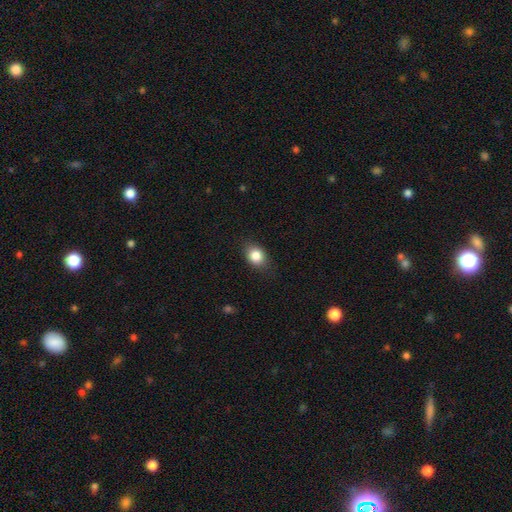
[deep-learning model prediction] The model was most divided on "how rounded": in between: 57%, round: 42%, cigar-shaped: 1%. More confident: smooth or featured — smooth (83%); merging — none (82%).